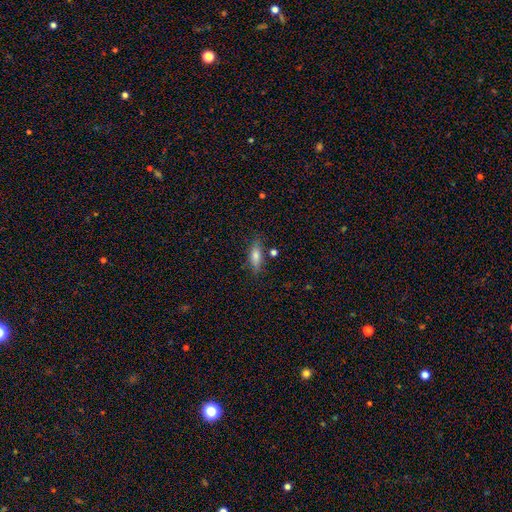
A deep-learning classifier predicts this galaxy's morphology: A smooth galaxy with no disk features (72%) that is in between round and cigar-shaped (64%). Merging: none (77%).